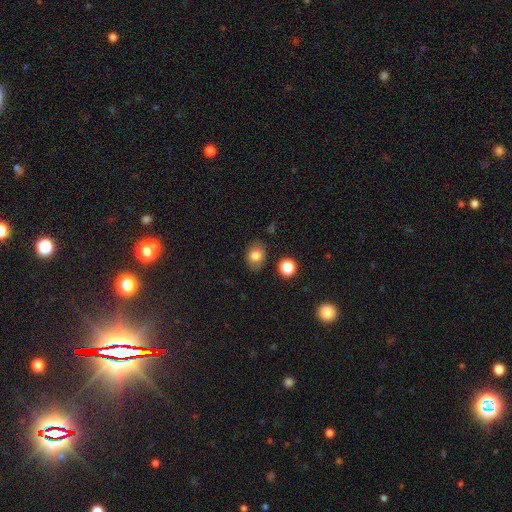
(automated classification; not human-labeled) Morphology: type=smooth (78%); roundness=in between (66%); merging=none (81%).